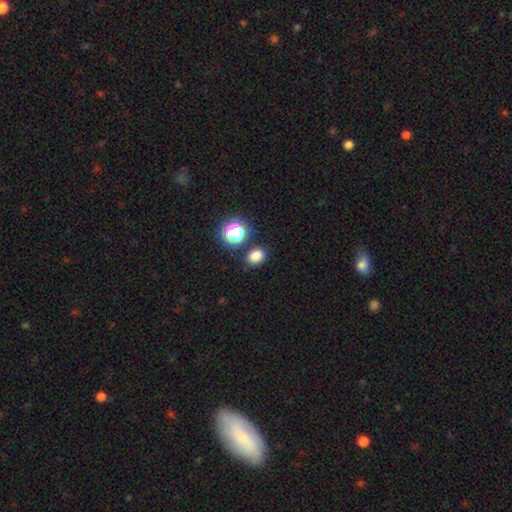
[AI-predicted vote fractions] A smooth galaxy with no disk features (79%) that is in between round and cigar-shaped (56%). Merging: none (80%).